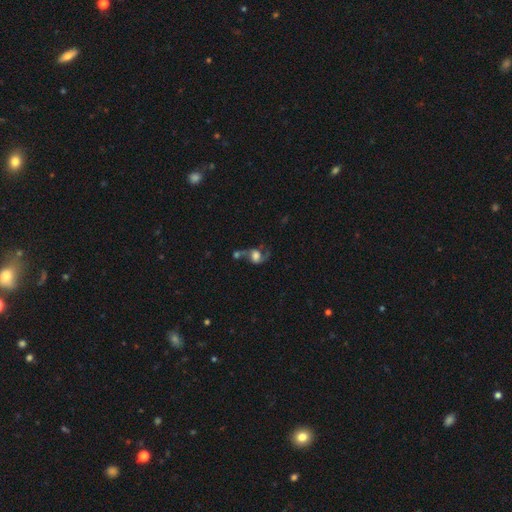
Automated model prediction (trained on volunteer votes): featured or disk 59%, smooth 30%, star or artifact 11%. Down the decision tree: edge-on disk — no (96%); bar — no (52%); spiral arms — yes (86%); bulge size — large (44%); merging — merger (42%).